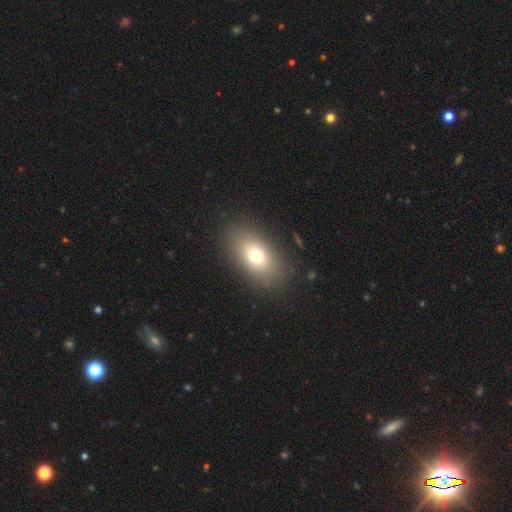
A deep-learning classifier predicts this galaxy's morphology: A smooth galaxy with no disk features (73%) that is in between round and cigar-shaped (87%). Merging: none (86%).